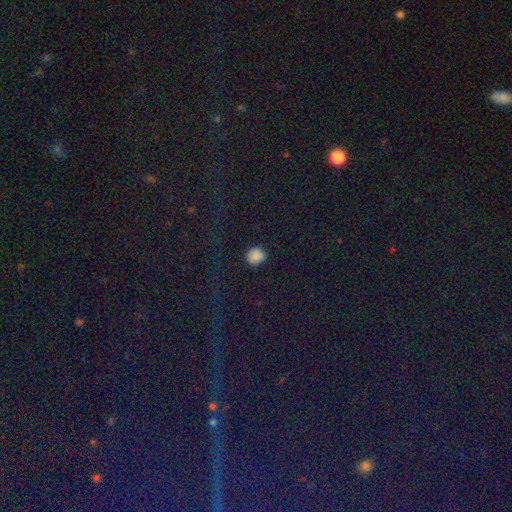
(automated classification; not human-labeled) Smooth or featured? Predicted: smooth (p=0.83). How rounded? Predicted: round (p=0.79). Merging? Predicted: none (p=0.84).